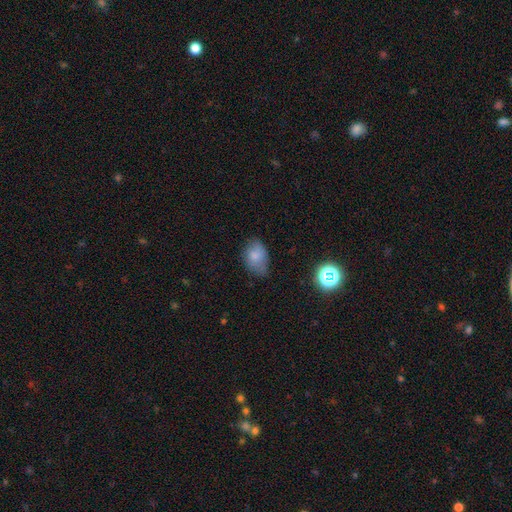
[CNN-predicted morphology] Smooth or featured?
  - smooth: 78% *
  - featured or disk: 12%
  - star or artifact: 11%
How rounded?
  - in between: 82% *
  - round: 17%
  - cigar-shaped: 1%
Merging?
  - none: 59% *
  - minor disturbance: 31%
  - major disturbance: 8%
  - merger: 2%